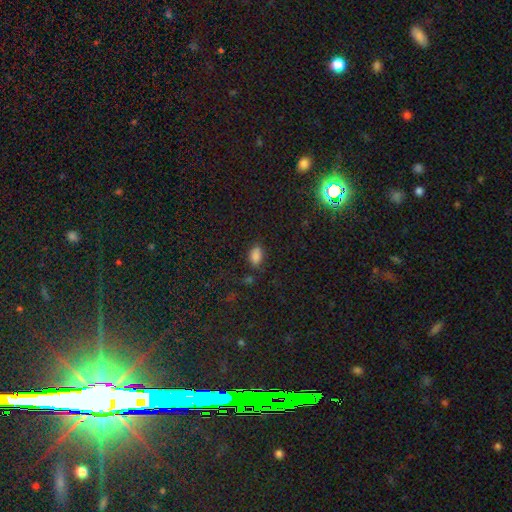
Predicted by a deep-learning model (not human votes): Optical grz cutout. It shows a smooth galaxy with no disk features (82%) that is in between round and cigar-shaped (90%). Merging: none (74%).